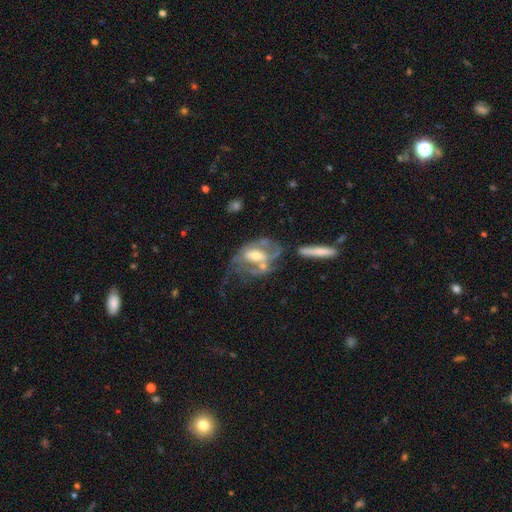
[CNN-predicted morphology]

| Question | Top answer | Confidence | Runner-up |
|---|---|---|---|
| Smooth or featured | featured or disk | 71% | smooth (22%) |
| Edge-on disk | no | 93% | yes (7%) |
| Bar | no | 43% | weak (35%) |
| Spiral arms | yes | 61% | no (39%) |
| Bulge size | moderate | 61% | small (28%) |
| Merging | major disturbance | 35% | none (25%) |